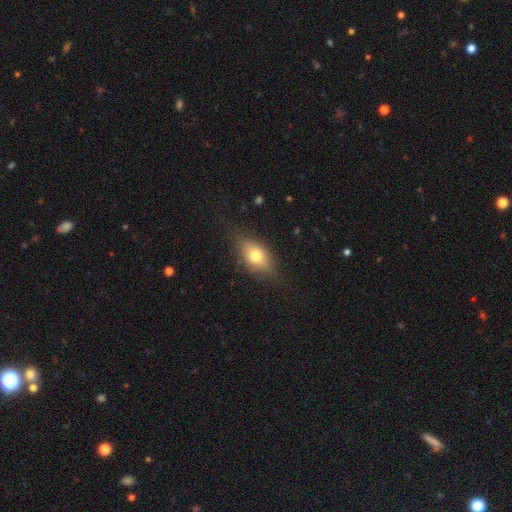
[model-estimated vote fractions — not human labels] Smooth or featured?
  - smooth: 73% *
  - featured or disk: 19%
  - star or artifact: 9%
How rounded?
  - in between: 81% *
  - round: 13%
  - cigar-shaped: 6%
Merging?
  - none: 73% *
  - minor disturbance: 19%
  - major disturbance: 6%
  - merger: 1%